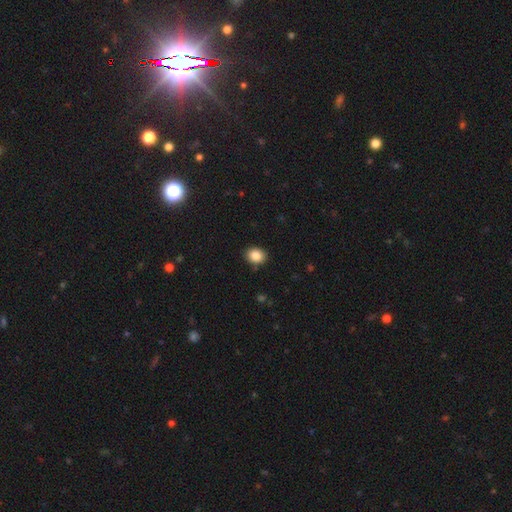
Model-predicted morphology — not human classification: smooth-or-featured: smooth: 86% | star or artifact: 9% | featured or disk: 5%
  how-rounded: round: 54% | in between: 45% | cigar-shaped: 1%
  merging: none: 88% | minor disturbance: 9% | major disturbance: 2% | merger: 1%